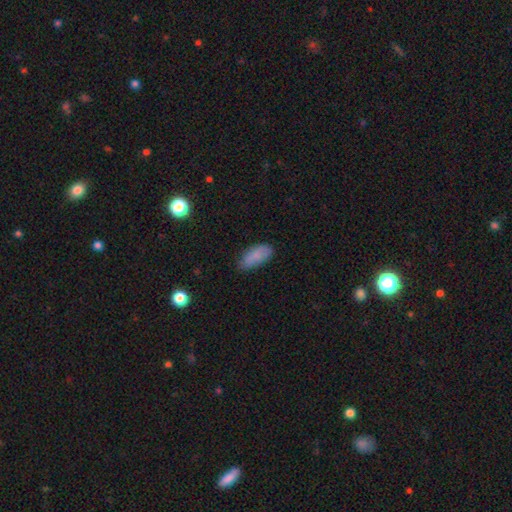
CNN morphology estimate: Smooth or featured? Predicted: smooth (p=0.85). How rounded? Predicted: in between (p=0.87). Merging? Predicted: none (p=0.73).